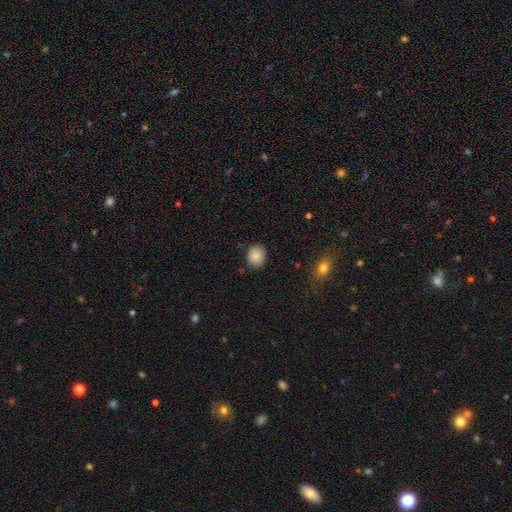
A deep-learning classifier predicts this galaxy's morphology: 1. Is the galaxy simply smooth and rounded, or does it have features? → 87% smooth, 8% star or artifact, 5% featured or disk.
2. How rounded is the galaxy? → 67% round, 32% in between, 1% cigar-shaped.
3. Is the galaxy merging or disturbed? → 87% none, 9% minor disturbance, 2% major disturbance, 2% merger.